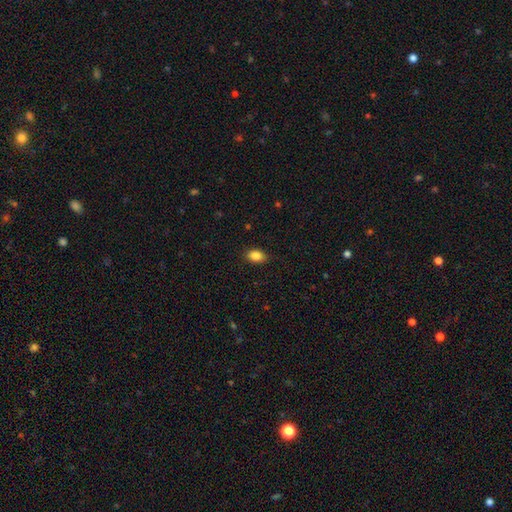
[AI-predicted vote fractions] Overall: smooth (86%). How rounded: in between (85%). Merging: none (88%).